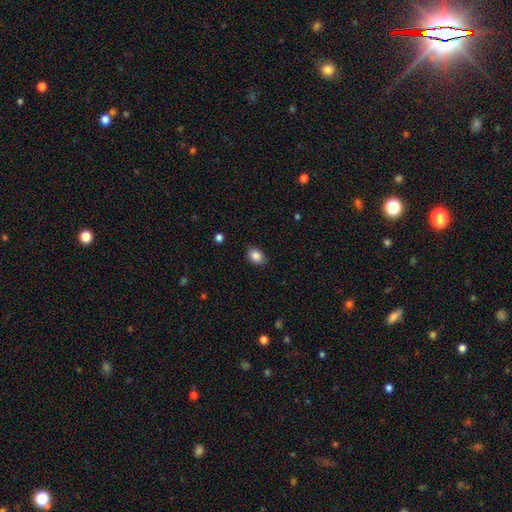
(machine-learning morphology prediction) Smooth or featured?
  - smooth: 87% *
  - star or artifact: 9%
  - featured or disk: 5%
How rounded?
  - in between: 67% *
  - round: 32%
  - cigar-shaped: 1%
Merging?
  - none: 83% *
  - minor disturbance: 14%
  - major disturbance: 3%
  - merger: 1%